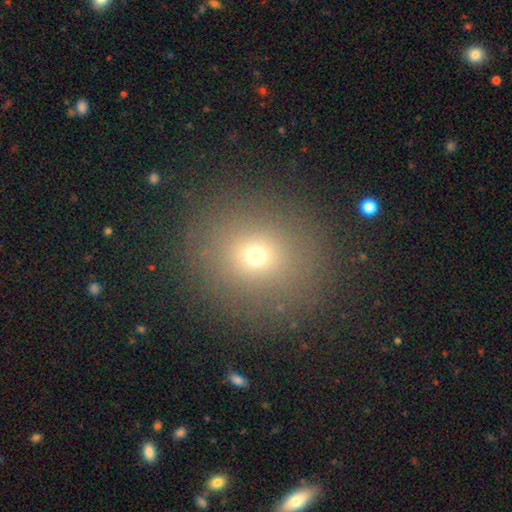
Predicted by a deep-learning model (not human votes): The model was most divided on "smooth or featured": smooth: 67%, star or artifact: 22%, featured or disk: 11%. More confident: merging — none (86%); how rounded — round (80%).